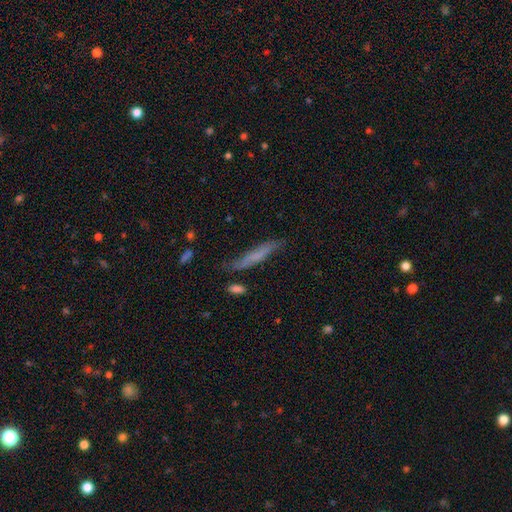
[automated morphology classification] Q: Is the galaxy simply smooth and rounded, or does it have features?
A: smooth — 60%.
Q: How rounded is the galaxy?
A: cigar-shaped — 91%.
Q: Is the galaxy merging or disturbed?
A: none — 72%.